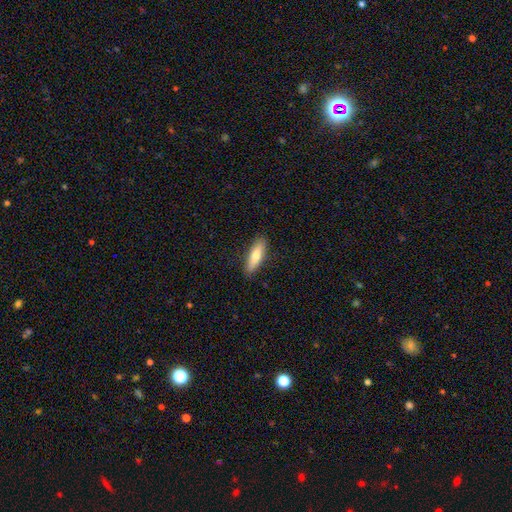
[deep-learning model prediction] A smooth galaxy with no disk features (72%) that is cigar-shaped (57%). Merging: none (88%).